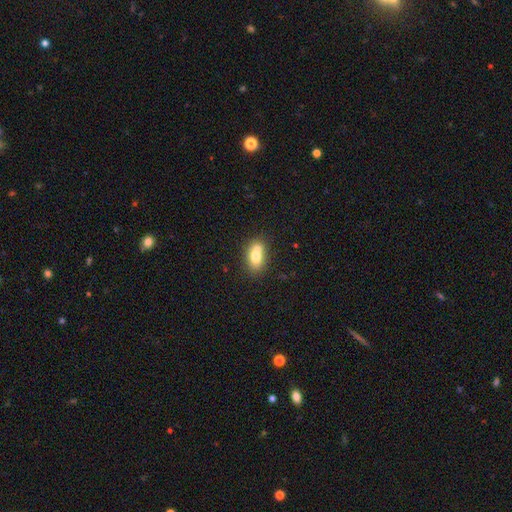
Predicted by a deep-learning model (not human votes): Overall: smooth (72%). How rounded: in between (78%). Merging: none (42%; merger 41%).